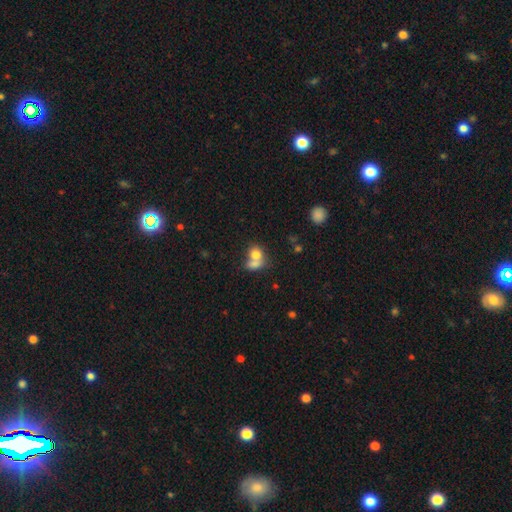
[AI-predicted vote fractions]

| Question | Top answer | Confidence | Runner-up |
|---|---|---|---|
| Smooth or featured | smooth | 76% | featured or disk (14%) |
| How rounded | round | 55% | in between (43%) |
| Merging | merger | 63% | none (25%) |